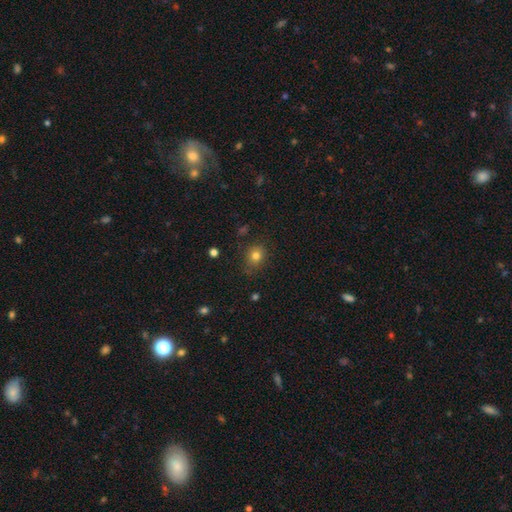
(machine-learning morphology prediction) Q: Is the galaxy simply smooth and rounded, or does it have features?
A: smooth — 80%.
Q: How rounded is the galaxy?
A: round — 74%.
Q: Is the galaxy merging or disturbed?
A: none — 79%.